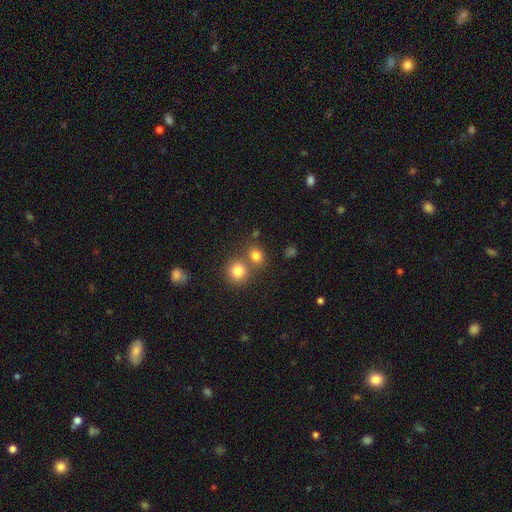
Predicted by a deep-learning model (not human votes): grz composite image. It shows a smooth galaxy with no disk features (79%) that is round (70%). Merging: none (58%).